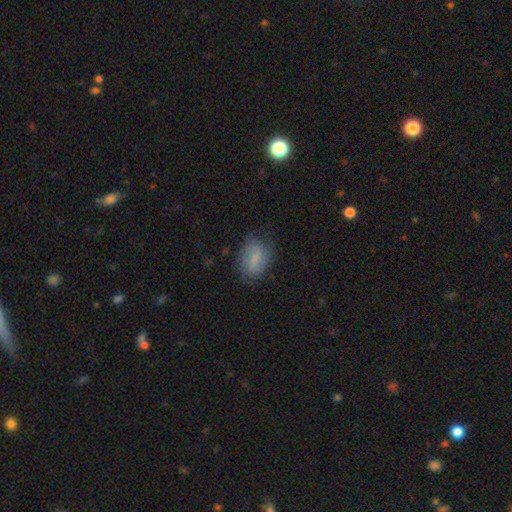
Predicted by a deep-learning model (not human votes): A smooth galaxy with no disk features (67%) that is in between round and cigar-shaped (79%).

Vote fractions:
- Smooth or featured? smooth: 67% / featured or disk: 25% / star or artifact: 8%
- How rounded? in between: 79% / round: 19% / cigar-shaped: 2%
- Merging? none: 72% / minor disturbance: 21% / major disturbance: 7% / merger: 1%